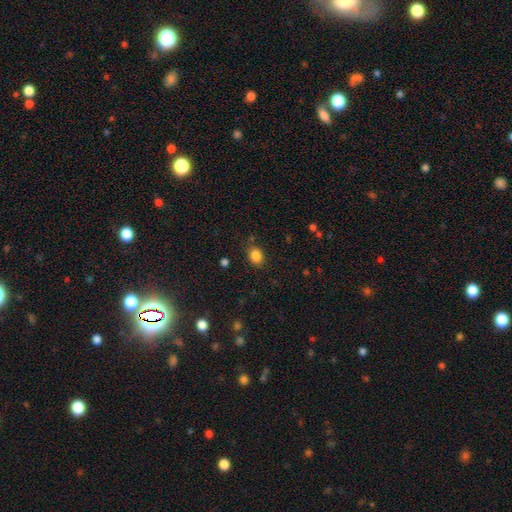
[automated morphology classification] The model was most divided on "how rounded": in between: 56%, round: 43%, cigar-shaped: 1%. More confident: smooth or featured — smooth (85%); merging — none (81%).